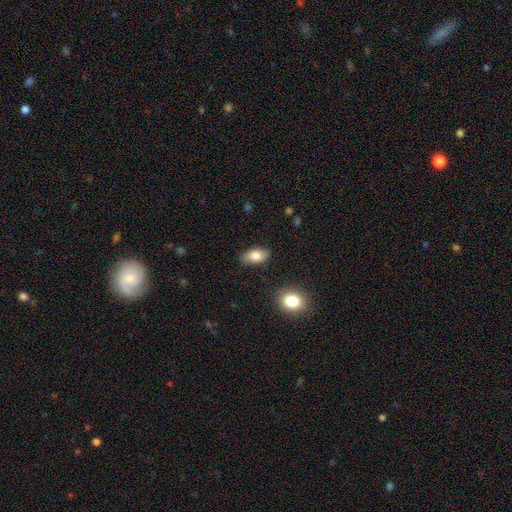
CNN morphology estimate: smooth 81%, featured or disk 12%, star or artifact 7%. Down the decision tree: how rounded — in between (91%); merging — none (84%).